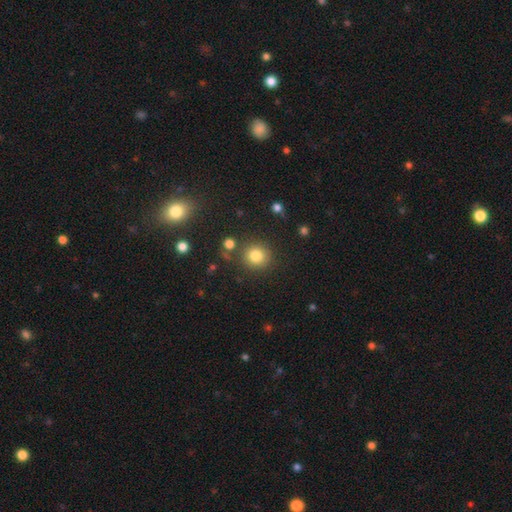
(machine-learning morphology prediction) A smooth galaxy with no disk features (81%) that is round (90%). Merging: none (83%).